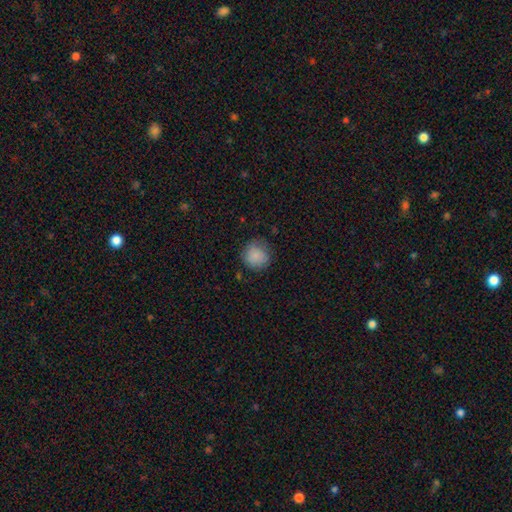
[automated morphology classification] type=smooth (86%); roundness=round (91%); merging=none (76%).